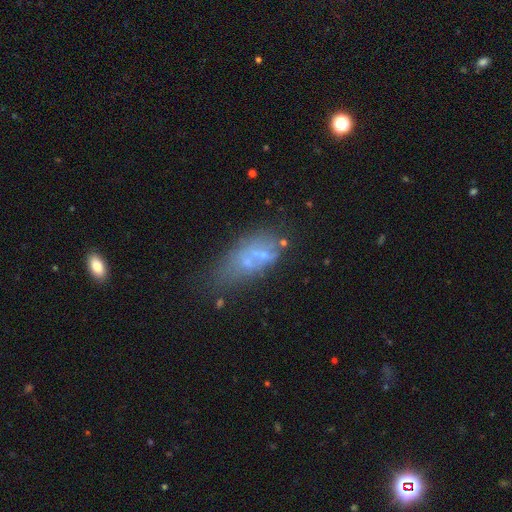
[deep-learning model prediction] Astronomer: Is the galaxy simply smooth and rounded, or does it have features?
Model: featured or disk — 45% (runner-up: smooth, 36%).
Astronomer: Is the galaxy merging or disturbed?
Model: none — 36% (runner-up: merger, 22%).